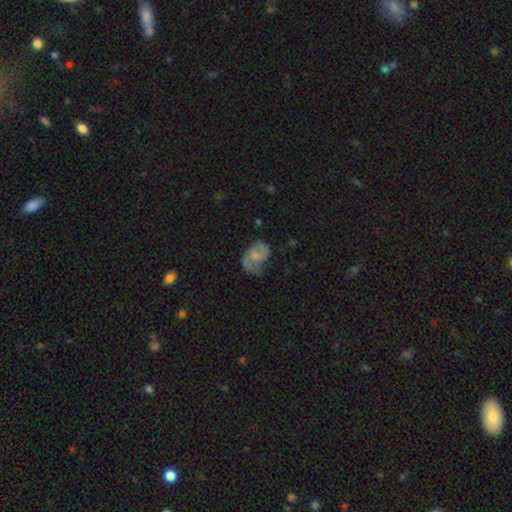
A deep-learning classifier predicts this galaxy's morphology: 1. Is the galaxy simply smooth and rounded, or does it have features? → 56% featured or disk, 36% smooth, 8% star or artifact.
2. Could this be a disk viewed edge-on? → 97% no, 3% yes.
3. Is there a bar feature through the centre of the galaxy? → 61% no, 33% weak, 6% strong.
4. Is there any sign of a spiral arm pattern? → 75% yes, 25% no.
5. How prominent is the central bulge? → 40% small, 35% moderate, 20% none, 4% large, 1% dominant.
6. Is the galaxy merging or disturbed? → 45% none, 30% minor disturbance, 22% major disturbance, 3% merger.